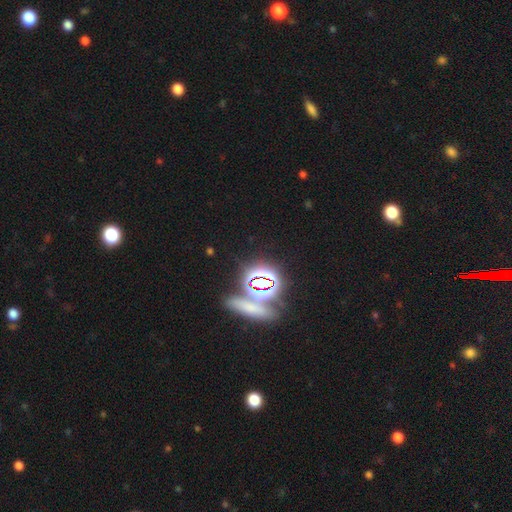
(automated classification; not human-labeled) Smooth or featured? star or artifact (75%)